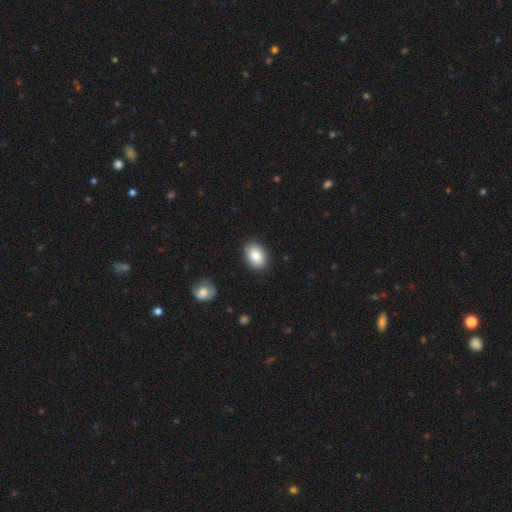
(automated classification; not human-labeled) A smooth galaxy with no disk features (85%) that is in between round and cigar-shaped (81%). Merging: none (87%).